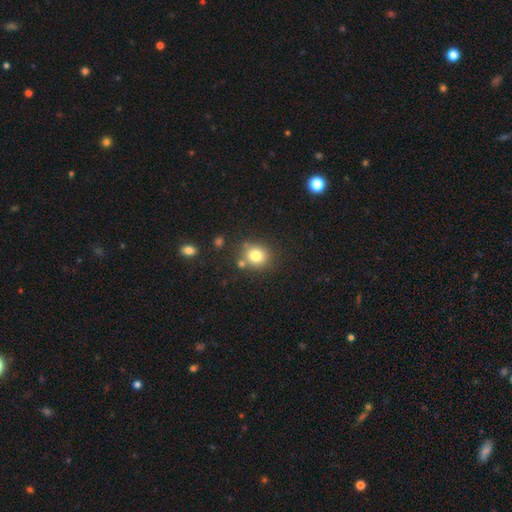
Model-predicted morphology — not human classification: Smooth or featured? smooth (79%)
How rounded? round (78%)
Merging? none (73%)